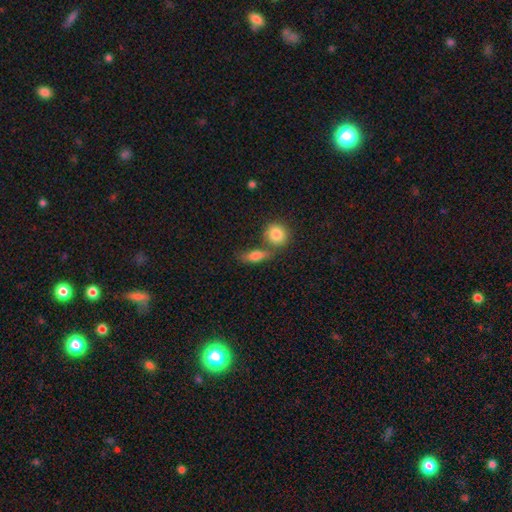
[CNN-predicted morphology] Overall: smooth (78%). How rounded: in between (62%). Merging: none (52%; merger 29%).